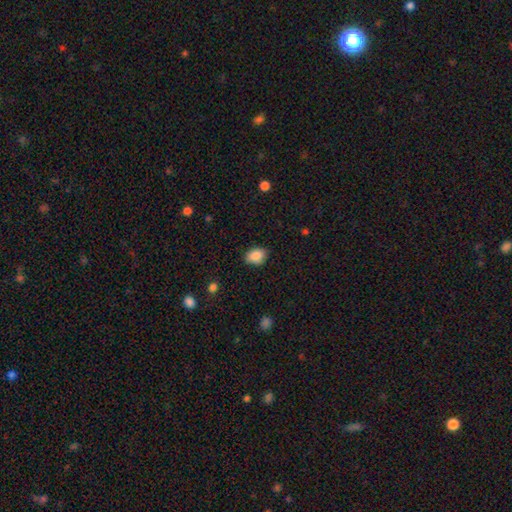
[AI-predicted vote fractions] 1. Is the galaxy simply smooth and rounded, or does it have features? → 87% smooth, 8% star or artifact, 5% featured or disk.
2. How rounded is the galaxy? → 74% in between, 24% round, 1% cigar-shaped.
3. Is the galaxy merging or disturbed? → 80% none, 16% minor disturbance, 3% major disturbance, 1% merger.